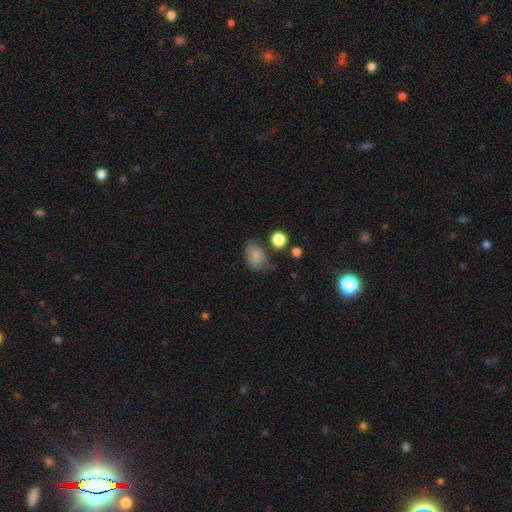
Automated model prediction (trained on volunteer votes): A smooth galaxy with no disk features (82%) that is in between round and cigar-shaped (76%). Merging: none (57%).